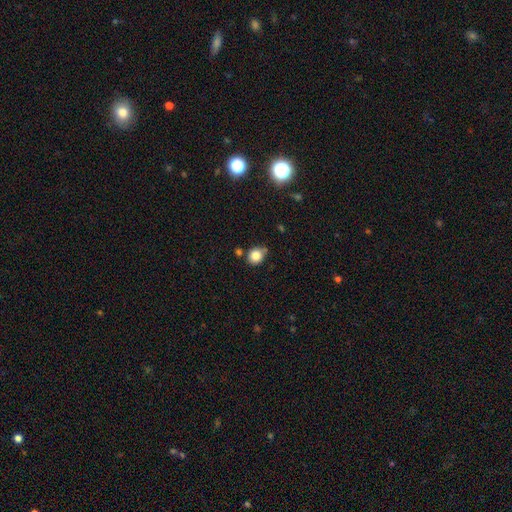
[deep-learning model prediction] The model was most divided on "how rounded": round: 75%, in between: 24%, cigar-shaped: 1%. More confident: smooth or featured — smooth (82%); merging — none (72%).